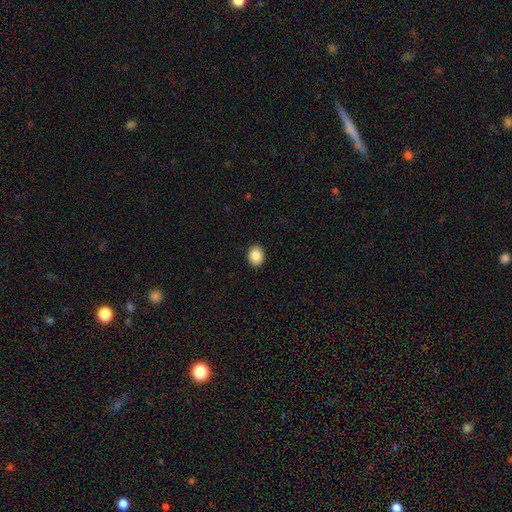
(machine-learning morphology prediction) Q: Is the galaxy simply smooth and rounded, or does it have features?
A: smooth — 87%.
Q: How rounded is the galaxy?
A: in between — 52%.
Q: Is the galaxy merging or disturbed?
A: none — 92%.